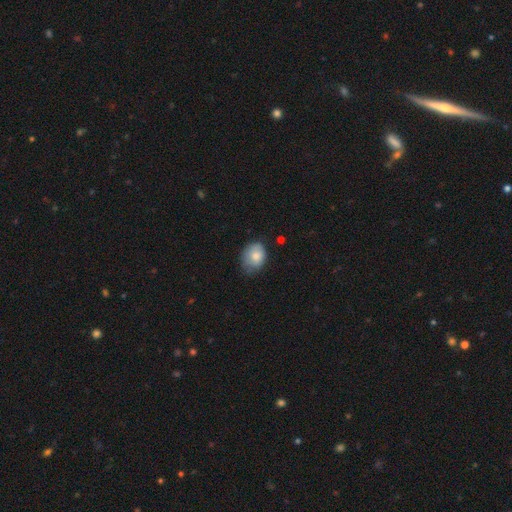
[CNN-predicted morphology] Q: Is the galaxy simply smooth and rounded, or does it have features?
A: smooth — 79%.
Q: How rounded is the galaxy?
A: in between — 55%.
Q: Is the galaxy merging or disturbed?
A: none — 55%.